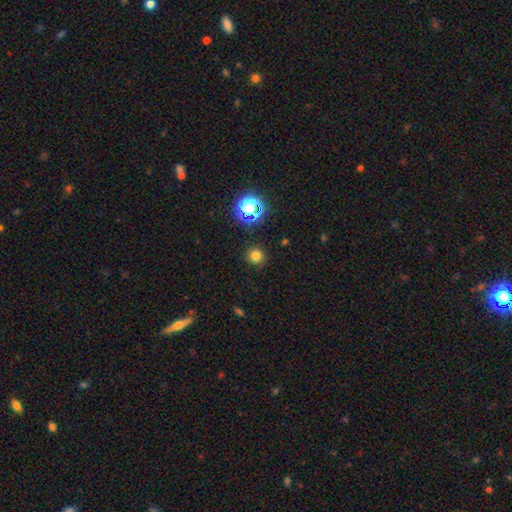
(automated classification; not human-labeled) The model was most divided on "smooth or featured": smooth: 75%, star or artifact: 20%, featured or disk: 5%. More confident: how rounded — round (94%); merging — none (91%).